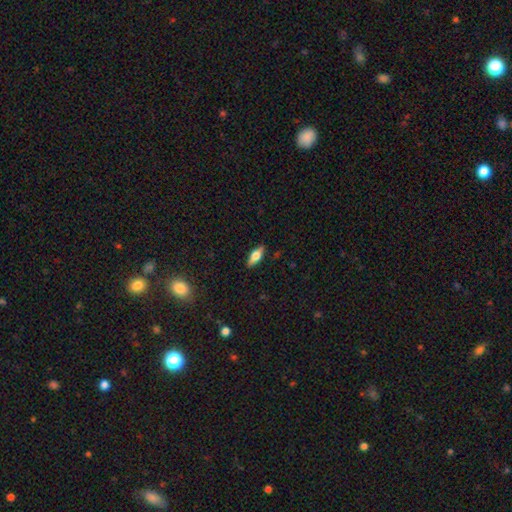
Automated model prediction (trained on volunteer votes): Smooth or featured? Predicted: smooth (p=0.56). How rounded? Predicted: in between (p=0.71). Merging? Predicted: none (p=0.88).